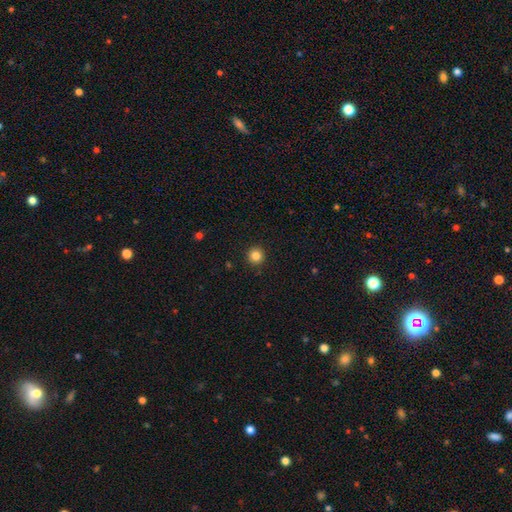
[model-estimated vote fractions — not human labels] A smooth galaxy with no disk features (84%) that is round (96%).

Vote fractions:
- Smooth or featured? smooth: 84% / star or artifact: 11% / featured or disk: 5%
- How rounded? round: 96% / in between: 4% / cigar-shaped: 1%
- Merging? none: 92% / minor disturbance: 5% / major disturbance: 2% / merger: 1%